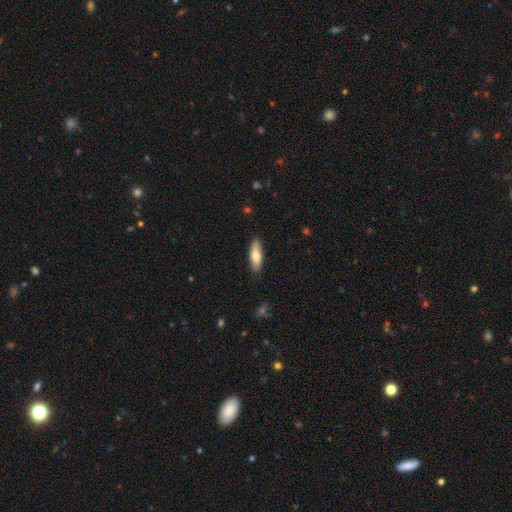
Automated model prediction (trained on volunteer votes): This is likely a smooth galaxy (77%). How rounded: possibly in between (52%). Merging: clearly none (88%).